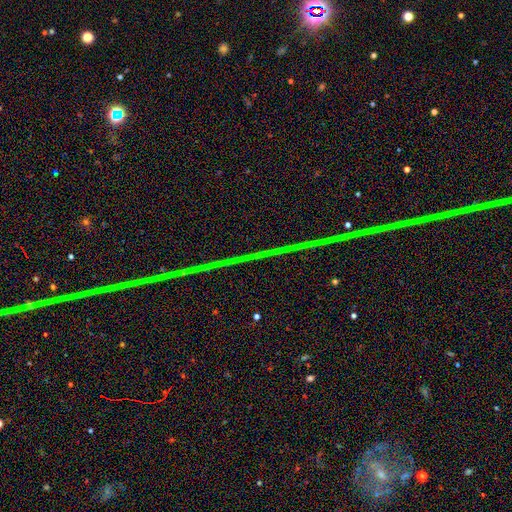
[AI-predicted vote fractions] This is clearly a star or artifact rather than a galaxy (87%).